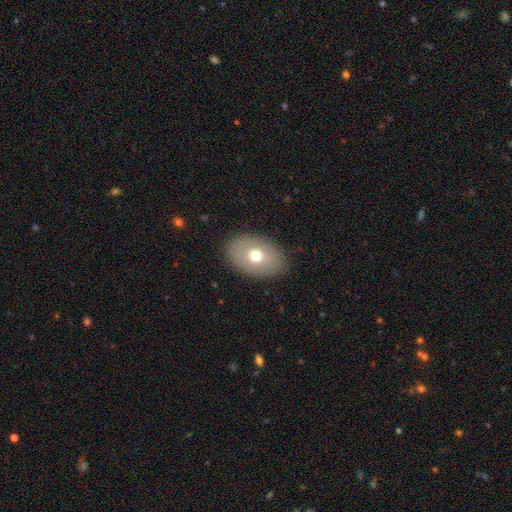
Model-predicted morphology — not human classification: This appears to be a smooth galaxy with no disk features (67%) that is in between round and cigar-shaped (81%). Merging: none (86%).